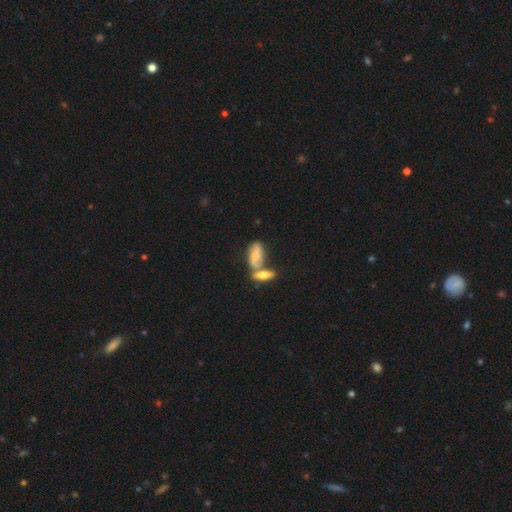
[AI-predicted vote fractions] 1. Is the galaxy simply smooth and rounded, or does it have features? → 65% smooth, 27% featured or disk, 8% star or artifact.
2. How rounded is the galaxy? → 82% in between, 15% cigar-shaped, 3% round.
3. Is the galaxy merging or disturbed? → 49% merger, 33% none, 13% minor disturbance, 5% major disturbance.